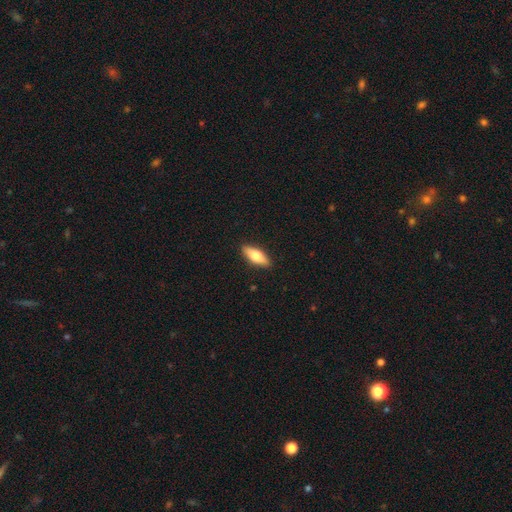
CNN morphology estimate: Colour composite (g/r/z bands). It shows a smooth galaxy with no disk features (67%) that is in between round and cigar-shaped (65%). Merging: none (90%).